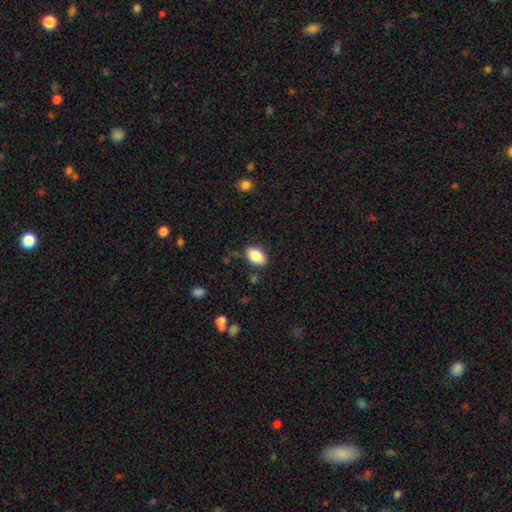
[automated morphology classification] Smooth or featured? smooth (86%)
How rounded? in between (87%)
Merging? none (80%)